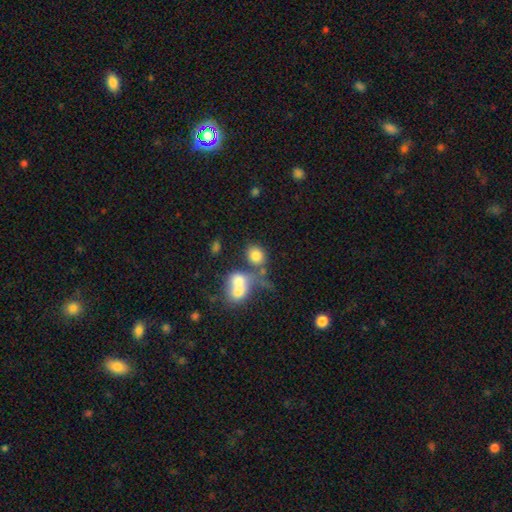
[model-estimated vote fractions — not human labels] The model was most divided on "merging": none: 43%, merger: 38%, minor disturbance: 10%, major disturbance: 8%. More confident: smooth or featured — smooth (79%); how rounded — round (58%).